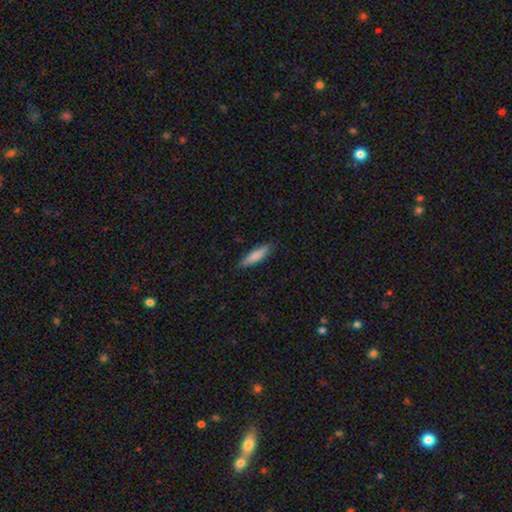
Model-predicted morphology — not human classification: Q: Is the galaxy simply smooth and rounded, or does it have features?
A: smooth — 80%.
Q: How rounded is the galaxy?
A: cigar-shaped — 74%.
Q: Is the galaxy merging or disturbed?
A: none — 85%.